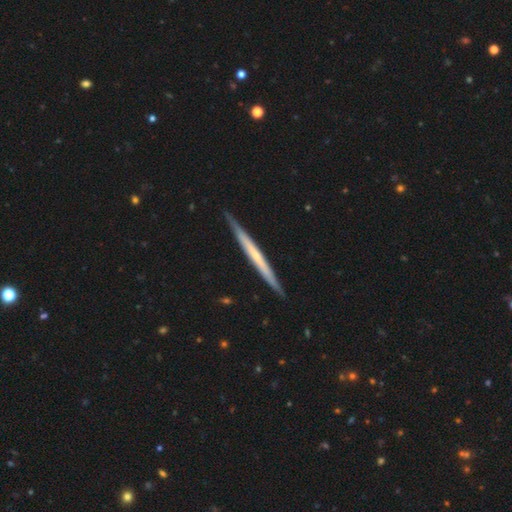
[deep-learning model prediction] A featured or disk galaxy (61%) viewed edge-on (97%) with no central bulge (75%). Merging: none (88%).